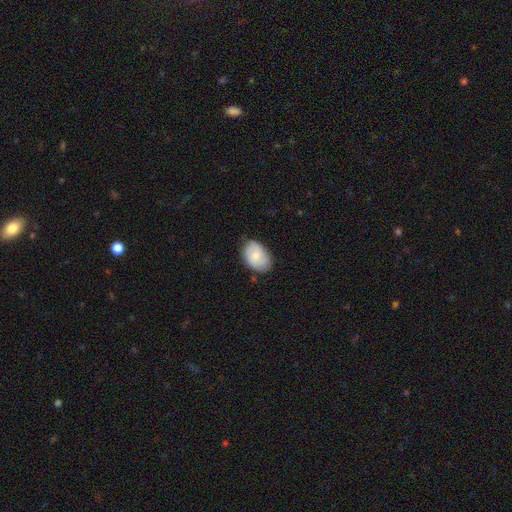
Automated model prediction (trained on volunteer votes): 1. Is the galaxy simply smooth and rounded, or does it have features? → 65% smooth, 29% featured or disk, 6% star or artifact.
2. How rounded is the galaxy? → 84% in between, 15% round, 1% cigar-shaped.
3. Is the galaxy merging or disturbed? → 74% none, 21% minor disturbance, 4% major disturbance, 1% merger.